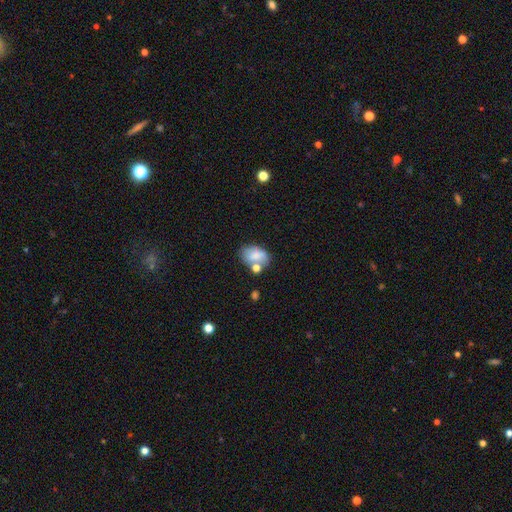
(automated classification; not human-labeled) Smooth or featured: smooth — 75% (featured or disk — 16%)
How rounded: in between — 82% (round — 17%)
Merging: none — 51% (merger — 22%)